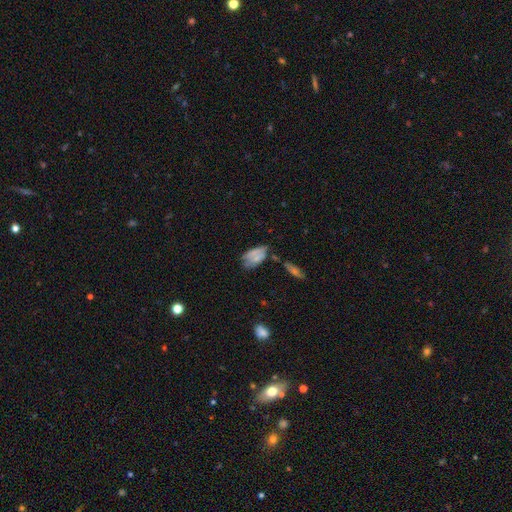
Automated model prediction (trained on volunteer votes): A smooth galaxy with no disk features (57%) that is in between round and cigar-shaped (92%). Merging: none (43%).